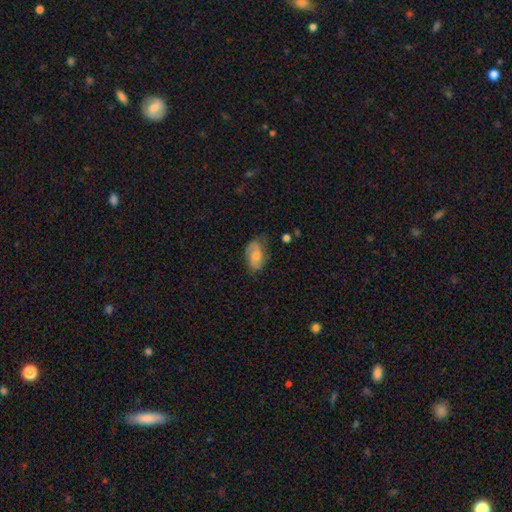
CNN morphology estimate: type=smooth (52%); roundness=in between (89%); merging=none (65%).